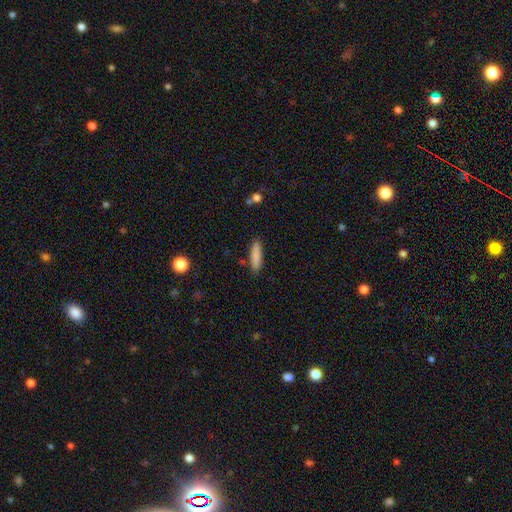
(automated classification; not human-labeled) smooth-or-featured: smooth: 84% | featured or disk: 9% | star or artifact: 7%
  how-rounded: cigar-shaped: 73% | in between: 25% | round: 2%
  merging: none: 85% | minor disturbance: 10% | merger: 2% | major disturbance: 2%